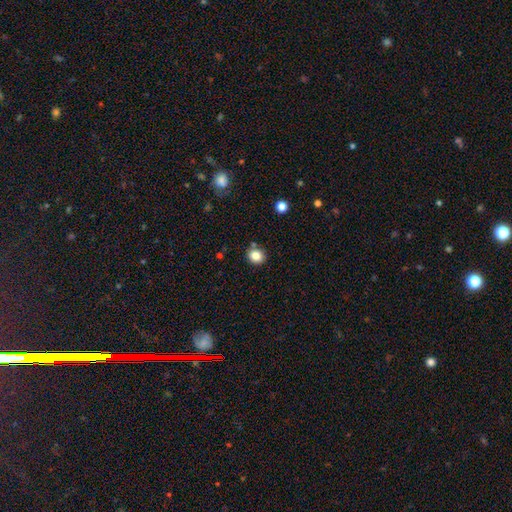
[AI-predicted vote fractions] A smooth galaxy with no disk features (83%) that is round (78%).

Vote fractions:
- Smooth or featured? smooth: 83% / star or artifact: 11% / featured or disk: 6%
- How rounded? round: 78% / in between: 21% / cigar-shaped: 1%
- Merging? none: 82% / minor disturbance: 9% / merger: 6% / major disturbance: 2%